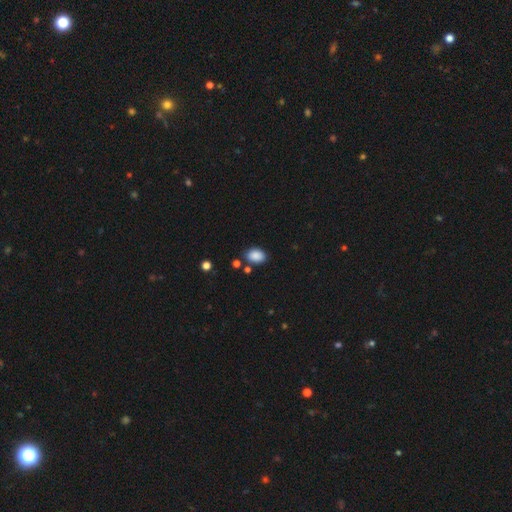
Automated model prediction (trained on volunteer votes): Morphology: type=smooth (88%); roundness=in between (82%); merging=none (79%).